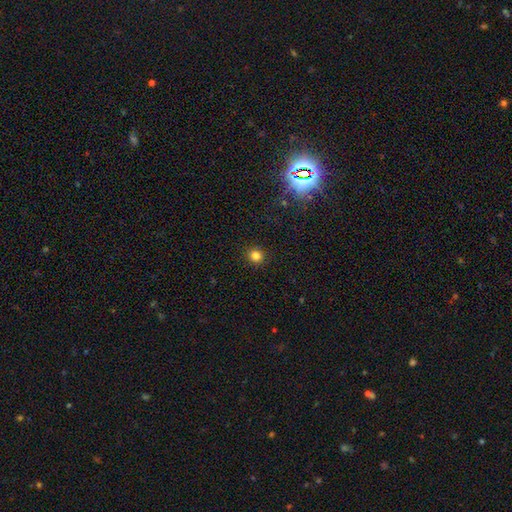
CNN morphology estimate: Q: Smooth or featured?
A: smooth (81%); runner-up: star or artifact (14%)
Q: How rounded?
A: round (92%); runner-up: in between (8%)
Q: Merging?
A: none (92%); runner-up: minor disturbance (5%)